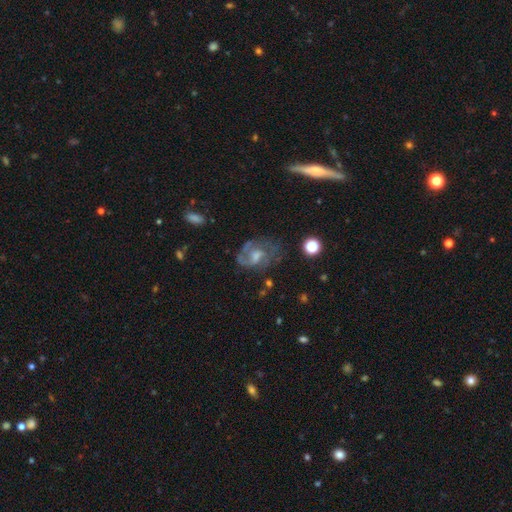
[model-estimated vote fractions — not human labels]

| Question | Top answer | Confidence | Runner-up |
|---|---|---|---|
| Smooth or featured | featured or disk | 72% | smooth (18%) |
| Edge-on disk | no | 95% | yes (5%) |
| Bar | no | 50% | weak (41%) |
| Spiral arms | yes | 81% | no (19%) |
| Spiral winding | medium | 43% | tight (37%) |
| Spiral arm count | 2 | 46% | can't tell (27%) |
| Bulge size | moderate | 45% | small (29%) |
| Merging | none | 57% | minor disturbance (21%) |